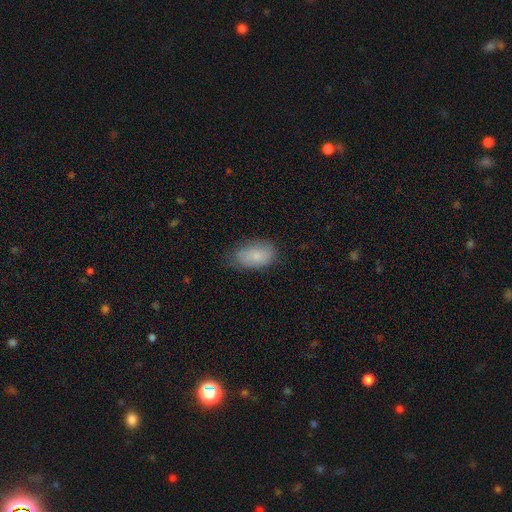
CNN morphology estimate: smooth-or-featured: smooth: 80% | featured or disk: 13% | star or artifact: 7%
  how-rounded: in between: 92% | round: 6% | cigar-shaped: 2%
  merging: none: 68% | minor disturbance: 25% | major disturbance: 6% | merger: 1%